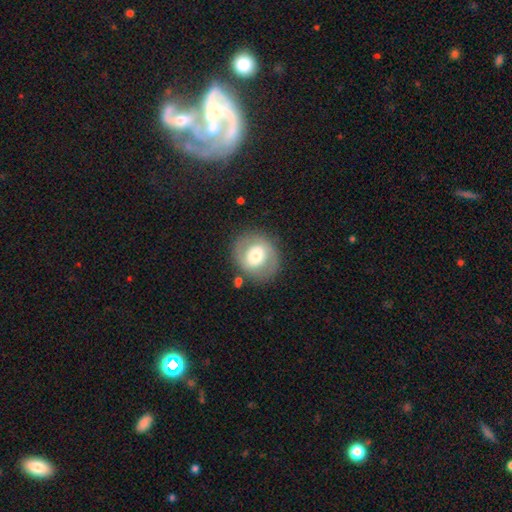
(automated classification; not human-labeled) Smooth or featured? Predicted: smooth (p=0.49). Merging? Predicted: none (p=0.79).